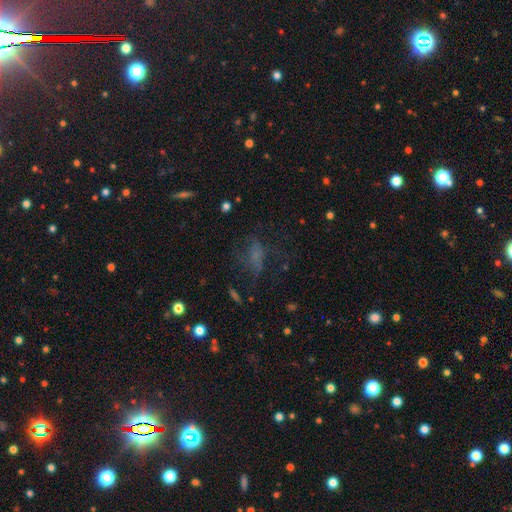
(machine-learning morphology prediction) smooth-or-featured: smooth: 41% | featured or disk: 32% | star or artifact: 27%
  merging: none: 46% | major disturbance: 31% | minor disturbance: 20% | merger: 3%